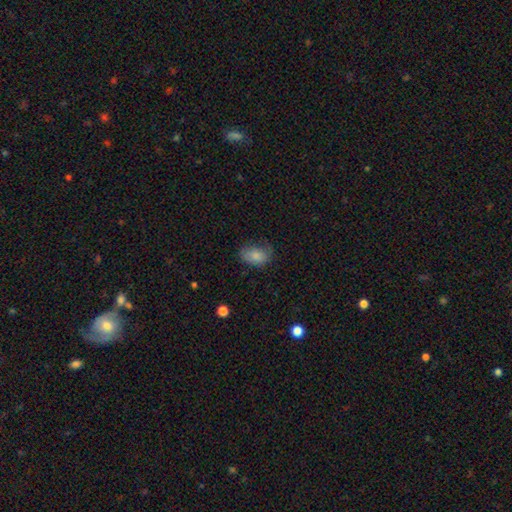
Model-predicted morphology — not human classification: A smooth galaxy with no disk features (78%) that is in between round and cigar-shaped (84%).

Vote fractions:
- Smooth or featured? smooth: 78% / featured or disk: 14% / star or artifact: 8%
- How rounded? in between: 84% / round: 15% / cigar-shaped: 1%
- Merging? none: 53% / minor disturbance: 31% / major disturbance: 15% / merger: 2%